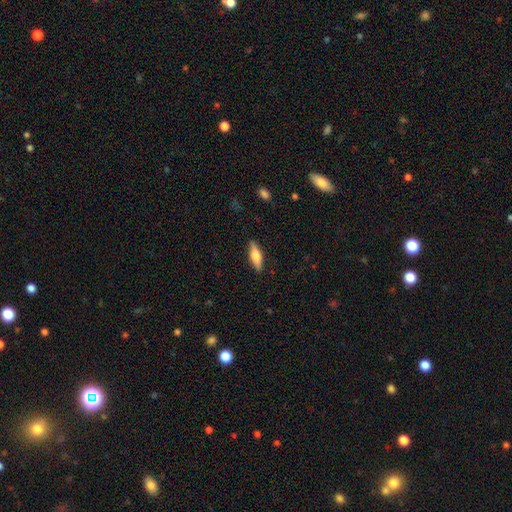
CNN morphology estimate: A smooth galaxy with no disk features (61%) that is cigar-shaped (50%). Merging: none (88%).